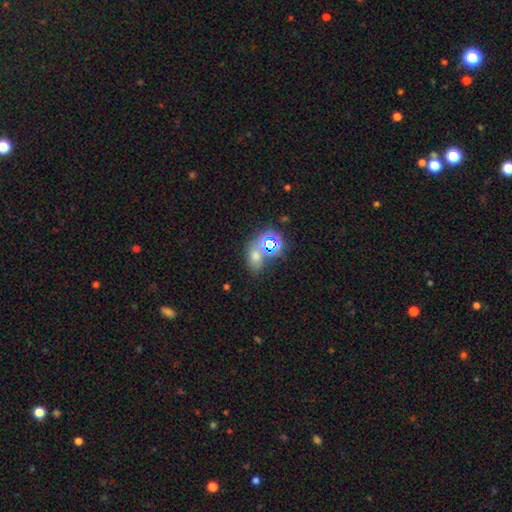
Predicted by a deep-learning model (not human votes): Smooth or featured? Predicted: smooth (p=0.47). Merging? Predicted: none (p=0.56).